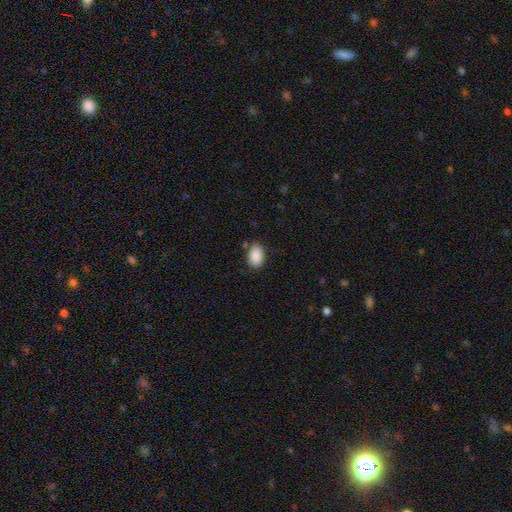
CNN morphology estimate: smooth_or_featured: smooth (p=0.90) [alt: star or artifact p=0.07]
how_rounded: in between (p=0.88) [alt: round p=0.10]
merging: none (p=0.79) [alt: minor disturbance p=0.15]